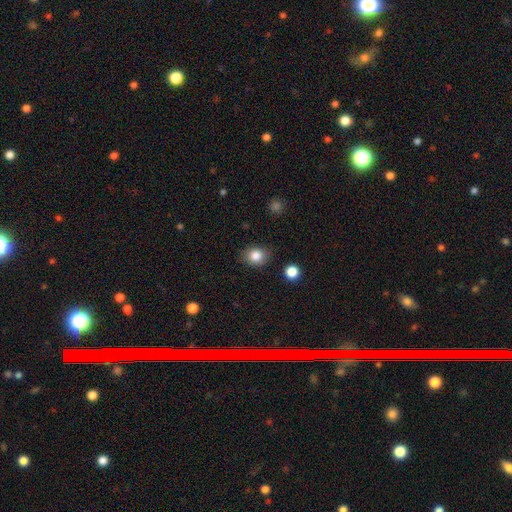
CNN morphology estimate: A smooth galaxy with no disk features (84%) that is round (57%).

Vote fractions:
- Smooth or featured? smooth: 84% / star or artifact: 10% / featured or disk: 6%
- How rounded? round: 57% / in between: 43% / cigar-shaped: 1%
- Merging? none: 84% / minor disturbance: 11% / major disturbance: 3% / merger: 2%